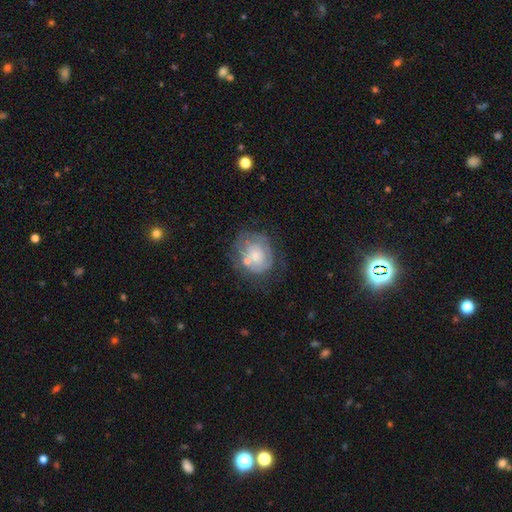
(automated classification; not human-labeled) Morphology: type=featured or disk (50%); edge-on=no (97%); merging=none (49%).